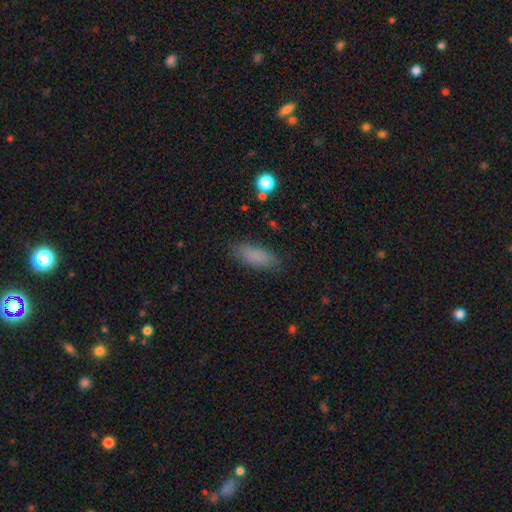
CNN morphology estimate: type=smooth (85%); roundness=in between (74%); merging=none (84%).